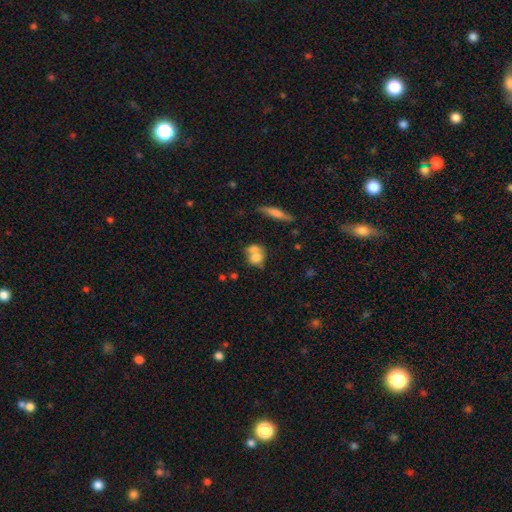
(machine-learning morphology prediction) Smooth or featured: smooth — 69% (featured or disk — 21%)
How rounded: round — 58% (in between — 39%)
Merging: merger — 55% (none — 31%)